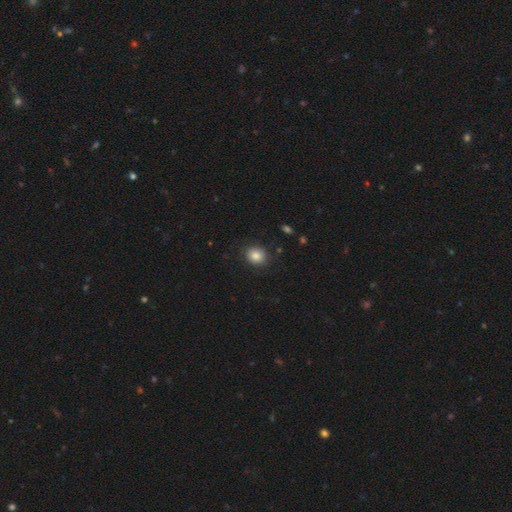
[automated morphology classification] Smooth or featured?
  - smooth: 84% *
  - star or artifact: 9%
  - featured or disk: 6%
How rounded?
  - round: 65% *
  - in between: 34%
  - cigar-shaped: 1%
Merging?
  - none: 86% *
  - minor disturbance: 10%
  - major disturbance: 3%
  - merger: 1%